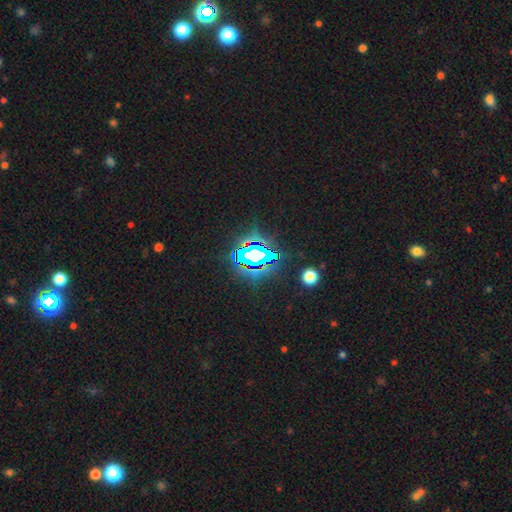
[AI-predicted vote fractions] This is likely a star or artifact rather than a galaxy (74%).